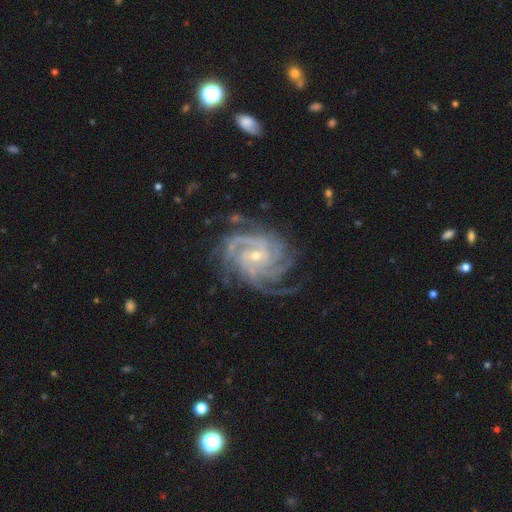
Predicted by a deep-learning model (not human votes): Q: Smooth or featured?
A: featured or disk (92%); runner-up: star or artifact (5%)
Q: Edge-on disk?
A: no (98%); runner-up: yes (2%)
Q: Bar?
A: no (61%); runner-up: weak (29%)
Q: Spiral arms?
A: yes (99%); runner-up: no (1%)
Q: Spiral winding?
A: tight (66%); runner-up: medium (30%)
Q: Spiral arm count?
A: 4 (37%); runner-up: more than 4 (20%)
Q: Bulge size?
A: small (69%); runner-up: moderate (28%)
Q: Merging?
A: none (73%); runner-up: minor disturbance (17%)